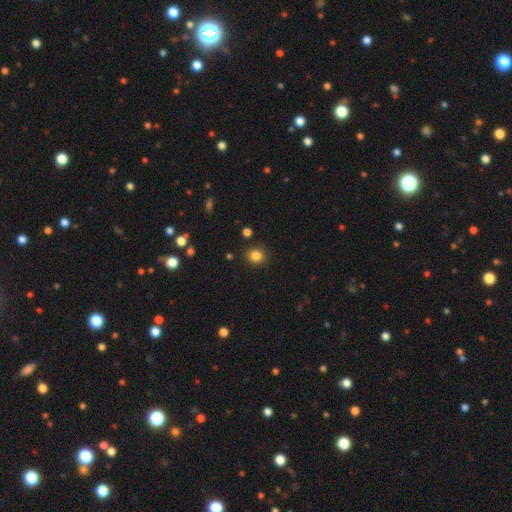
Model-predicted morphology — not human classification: type=smooth (84%); roundness=round (72%); merging=none (88%).